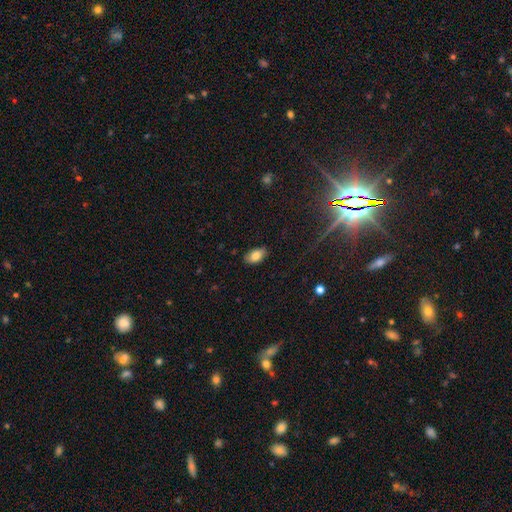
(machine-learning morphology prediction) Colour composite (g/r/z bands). It shows a smooth galaxy with no disk features (83%) that is in between round and cigar-shaped (93%). Merging: none (83%).